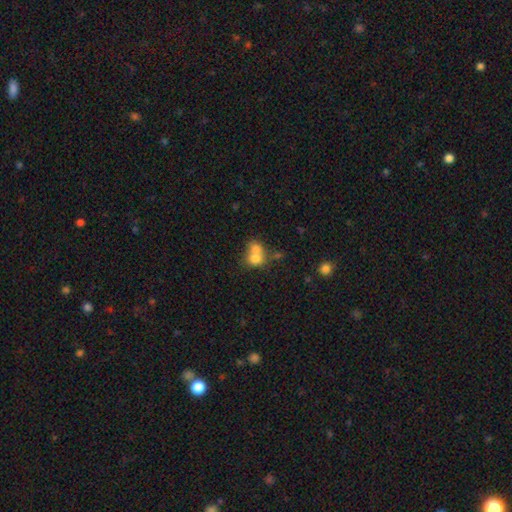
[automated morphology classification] Smooth or featured? smooth (70%)
How rounded? round (59%)
Merging? merger (65%)